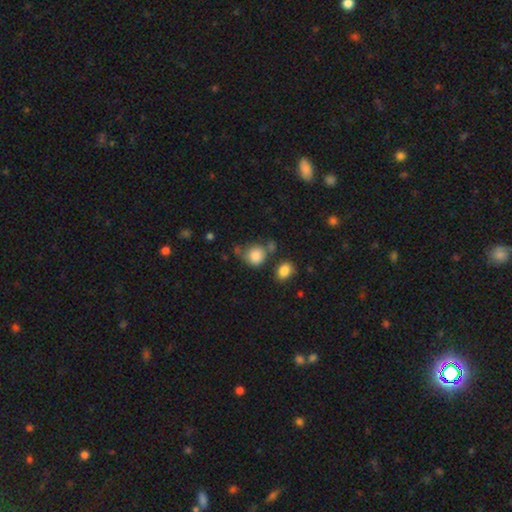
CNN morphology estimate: type=smooth (84%); roundness=round (79%); merging=none (58%).